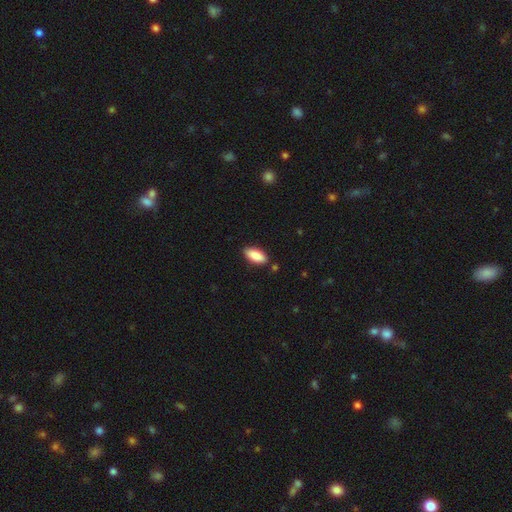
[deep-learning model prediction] A smooth galaxy with no disk features (88%) that is in between round and cigar-shaped (87%).

Vote fractions:
- Smooth or featured? smooth: 88% / star or artifact: 6% / featured or disk: 6%
- How rounded? in between: 87% / cigar-shaped: 11% / round: 2%
- Merging? none: 85% / minor disturbance: 11% / major disturbance: 2% / merger: 2%